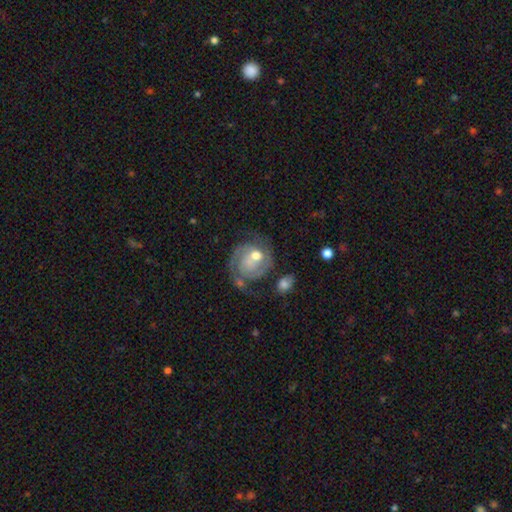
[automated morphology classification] smooth_or_featured: featured or disk (p=0.76) [alt: smooth p=0.18]
disk_edge_on: no (p=0.98) [alt: yes p=0.02]
bar: no (p=0.76) [alt: weak p=0.21]
has_spiral_arms: yes (p=0.88) [alt: no p=0.12]
spiral_winding: tight (p=0.49) [alt: medium p=0.37]
spiral_arm_count: 2 (p=0.52) [alt: can't tell p=0.18]
bulge_size: moderate (p=0.59) [alt: small p=0.27]
merging: none (p=0.44) [alt: major disturbance p=0.22]